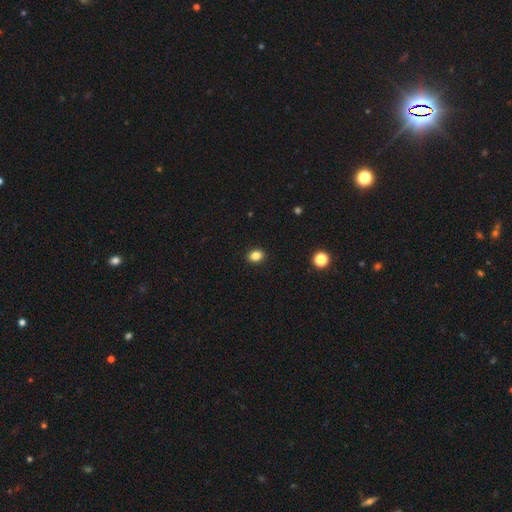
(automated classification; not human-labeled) This appears to be a smooth galaxy with no disk features (85%) that is in between round and cigar-shaped (56%). Merging: none (91%).